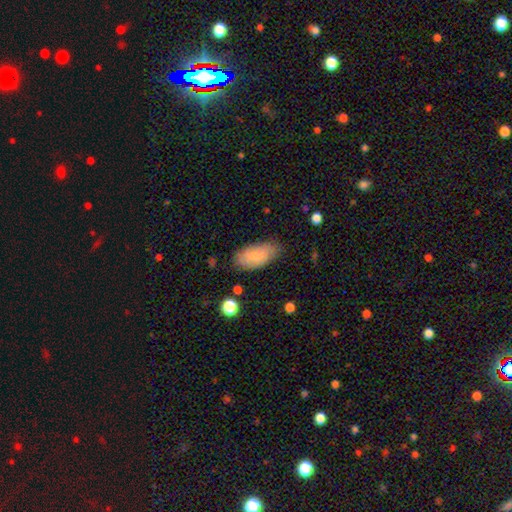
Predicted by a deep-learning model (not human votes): Smooth or featured?
  - smooth: 73% *
  - featured or disk: 21%
  - star or artifact: 7%
How rounded?
  - in between: 93% *
  - cigar-shaped: 4%
  - round: 3%
Merging?
  - none: 74% *
  - minor disturbance: 20%
  - major disturbance: 4%
  - merger: 2%